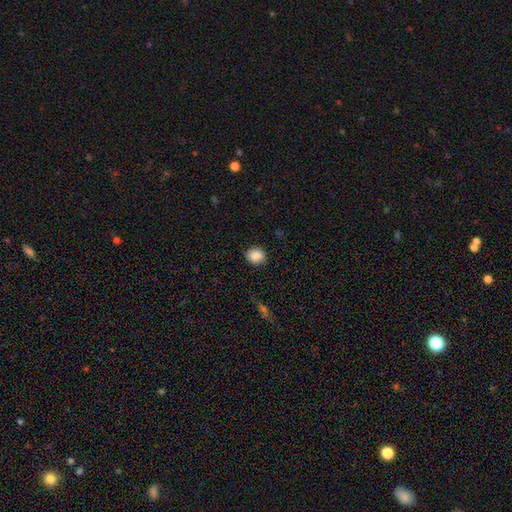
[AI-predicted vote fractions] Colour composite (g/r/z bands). It shows a smooth galaxy with no disk features (87%) that is round (76%). Merging: none (88%).